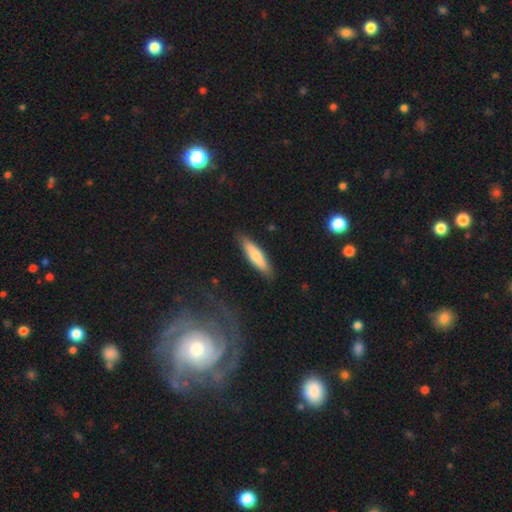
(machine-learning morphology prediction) Smooth or featured? Predicted: smooth (p=0.68). How rounded? Predicted: cigar-shaped (p=0.70). Merging? Predicted: none (p=0.85).